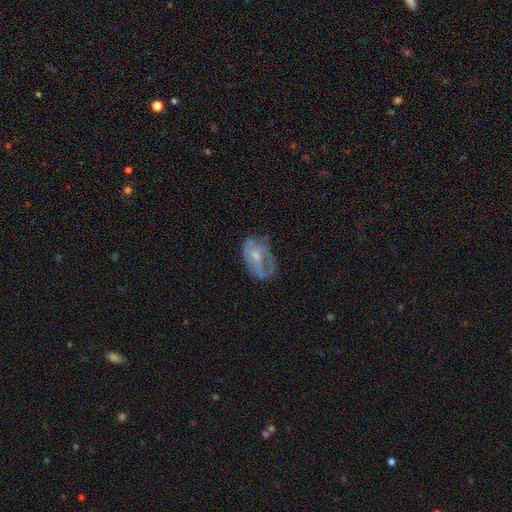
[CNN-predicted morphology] Smooth or featured? Predicted: featured or disk (p=0.63). Edge-on disk? Predicted: no (p=0.95). Bar? Predicted: no (p=0.53). Spiral arms? Predicted: yes (p=0.53). Bulge size? Predicted: small (p=0.53). Merging? Predicted: none (p=0.43).